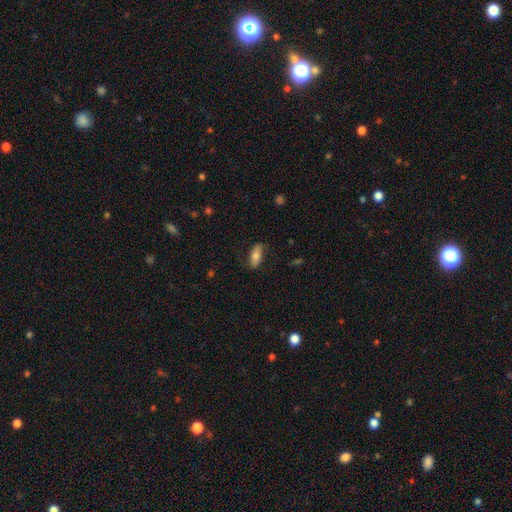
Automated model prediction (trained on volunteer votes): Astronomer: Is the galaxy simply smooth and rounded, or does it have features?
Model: smooth — 71%.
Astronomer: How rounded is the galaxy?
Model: in between — 71%.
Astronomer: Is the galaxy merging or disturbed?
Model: none — 79%.